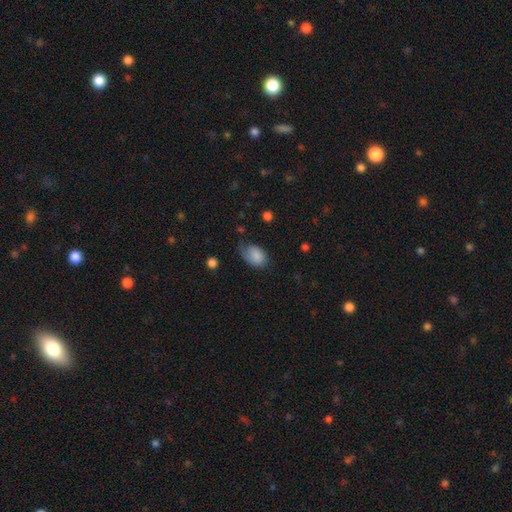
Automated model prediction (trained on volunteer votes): Overall: smooth (80%). How rounded: in between (85%). Merging: none (42%; minor disturbance 37%).